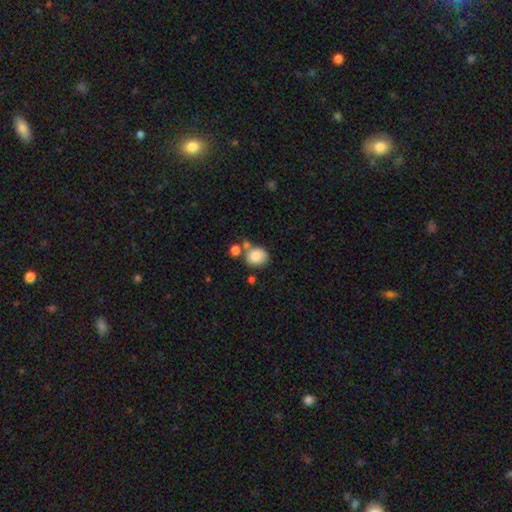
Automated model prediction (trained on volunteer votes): Smooth or featured: smooth — 83% (star or artifact — 9%)
How rounded: round — 64% (in between — 35%)
Merging: none — 56% (merger — 24%)